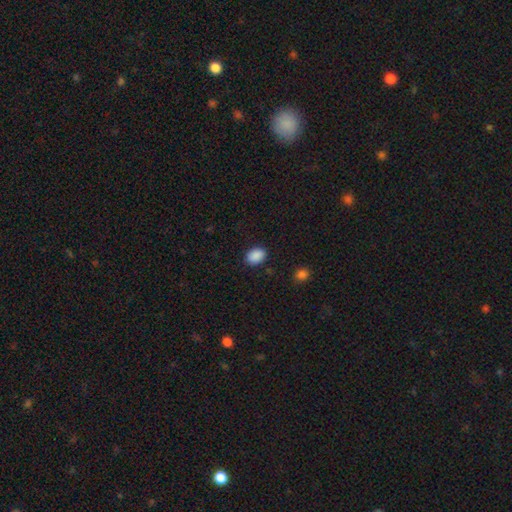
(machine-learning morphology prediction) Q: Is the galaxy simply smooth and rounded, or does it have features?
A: smooth — 90%.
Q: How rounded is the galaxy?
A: in between — 78%.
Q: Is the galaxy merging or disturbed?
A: none — 87%.